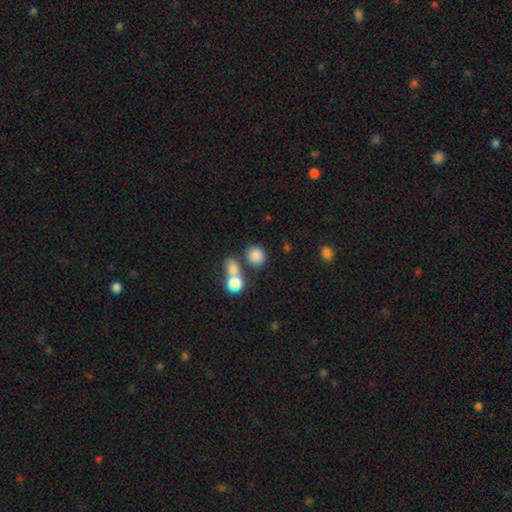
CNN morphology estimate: Overall: smooth (83%). How rounded: round (77%). Merging: none (64%).